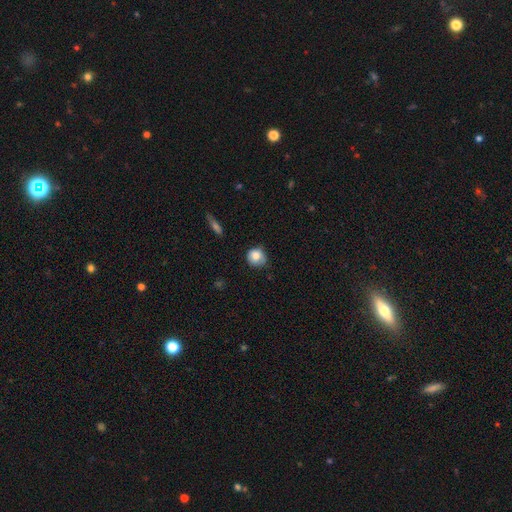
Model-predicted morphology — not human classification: smooth-or-featured: smooth: 81% | featured or disk: 10% | star or artifact: 8%
  how-rounded: round: 85% | in between: 14% | cigar-shaped: 1%
  merging: none: 64% | minor disturbance: 28% | major disturbance: 6% | merger: 2%